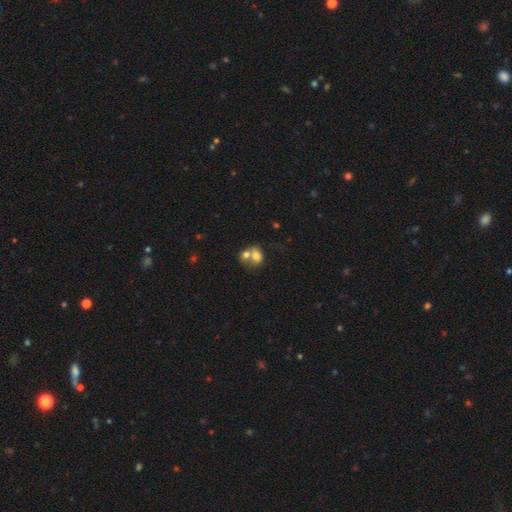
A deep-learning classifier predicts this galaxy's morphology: smooth-or-featured: smooth: 72% | featured or disk: 18% | star or artifact: 10%
  how-rounded: in between: 63% | round: 36% | cigar-shaped: 1%
  merging: merger: 64% | none: 22% | minor disturbance: 8% | major disturbance: 5%